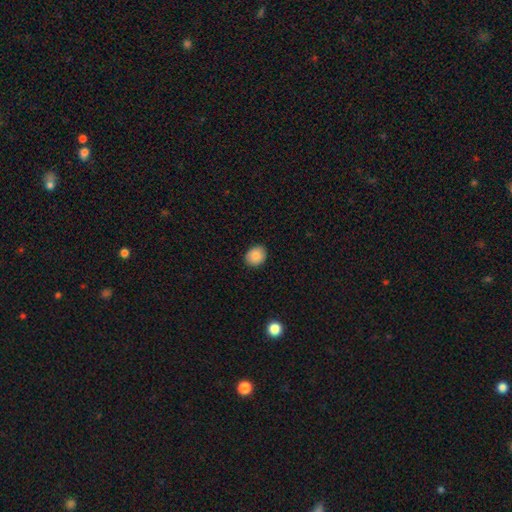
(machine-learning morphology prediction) A smooth galaxy with no disk features (87%) that is round (60%). Merging: none (88%).